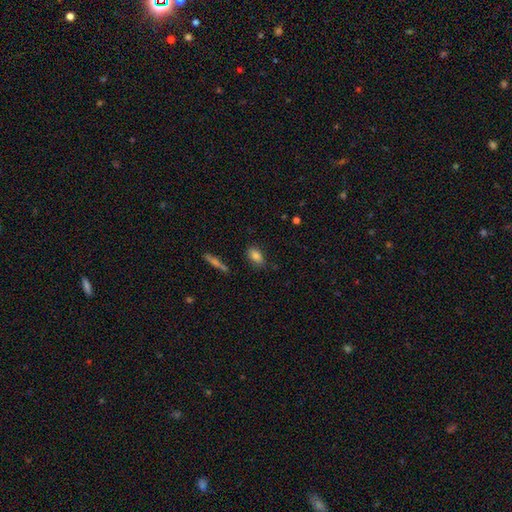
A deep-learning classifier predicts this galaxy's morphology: smooth_or_featured: smooth (p=0.83) [alt: star or artifact p=0.09]
how_rounded: in between (p=0.87) [alt: round p=0.08]
merging: none (p=0.79) [alt: minor disturbance p=0.15]